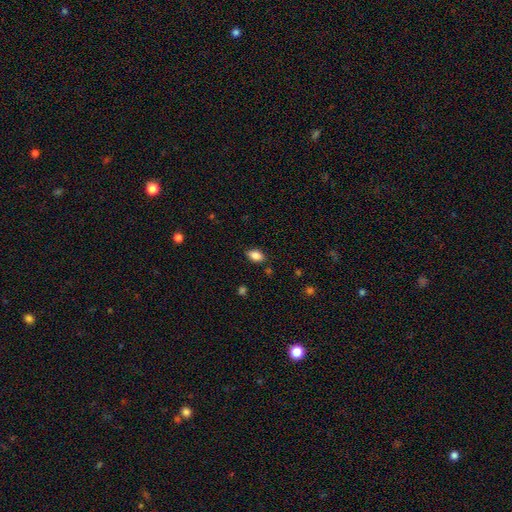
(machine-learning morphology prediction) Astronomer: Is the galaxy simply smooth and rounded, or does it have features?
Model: smooth — 86%.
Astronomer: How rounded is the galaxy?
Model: in between — 86%.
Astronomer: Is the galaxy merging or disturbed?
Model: none — 81%.